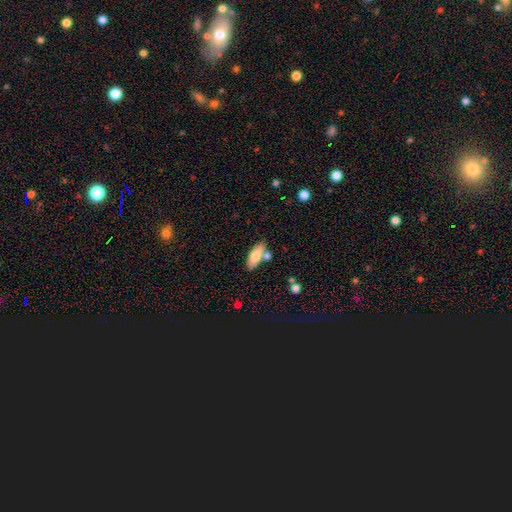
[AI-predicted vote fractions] smooth_or_featured: smooth (p=0.76) [alt: featured or disk p=0.18]
how_rounded: in between (p=0.71) [alt: cigar-shaped p=0.27]
merging: none (p=0.69) [alt: merger p=0.15]